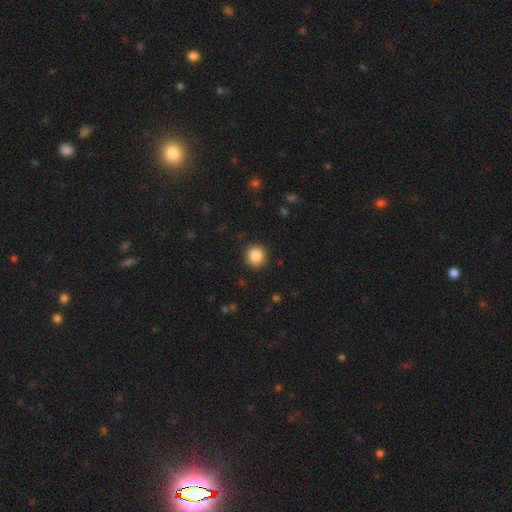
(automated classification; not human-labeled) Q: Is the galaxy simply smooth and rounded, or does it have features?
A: smooth — 86%.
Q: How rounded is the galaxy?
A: round — 93%.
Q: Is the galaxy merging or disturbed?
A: none — 92%.